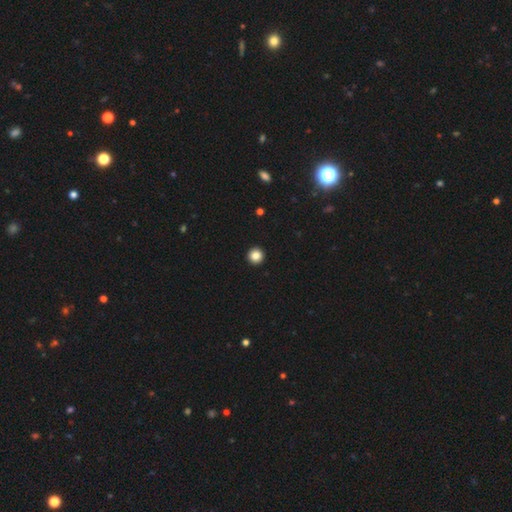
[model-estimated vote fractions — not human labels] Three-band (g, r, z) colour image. It shows a smooth galaxy with no disk features (85%) that is round (97%). Merging: none (94%).